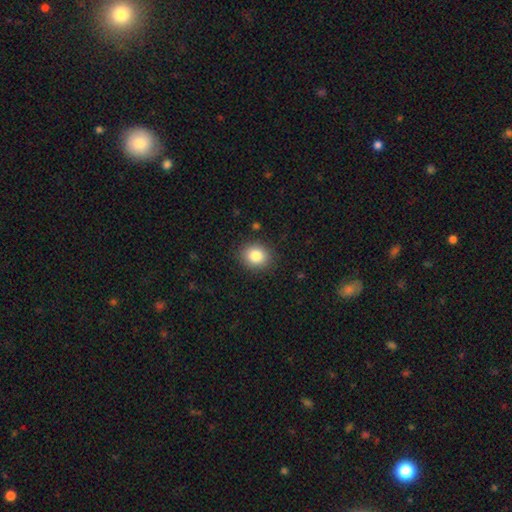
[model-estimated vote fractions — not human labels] This is clearly a smooth galaxy (84%). How rounded: likely round (68%). Merging: clearly none (88%).